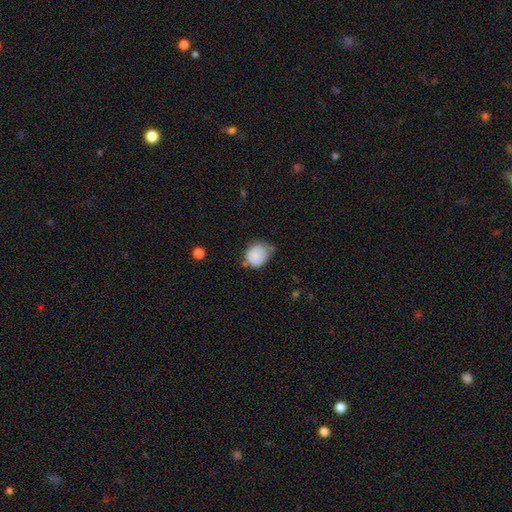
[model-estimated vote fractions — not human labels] smooth 84%, star or artifact 8%, featured or disk 8%. Down the decision tree: how rounded — round (68%); merging — minor disturbance (41%).